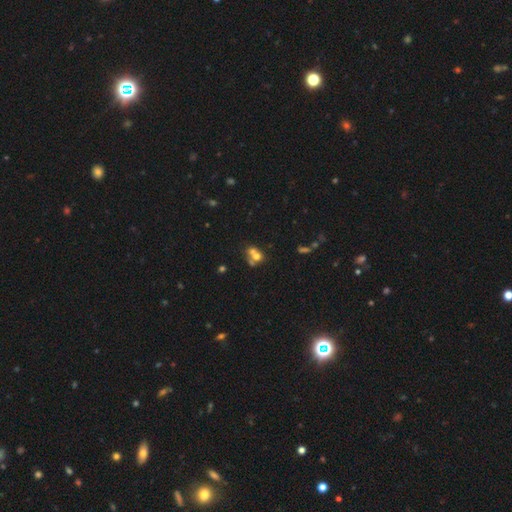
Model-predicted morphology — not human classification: Smooth or featured?
  - smooth: 60% *
  - featured or disk: 24%
  - star or artifact: 16%
How rounded?
  - round: 61% *
  - in between: 37%
  - cigar-shaped: 1%
Merging?
  - merger: 62% *
  - none: 26%
  - minor disturbance: 7%
  - major disturbance: 5%